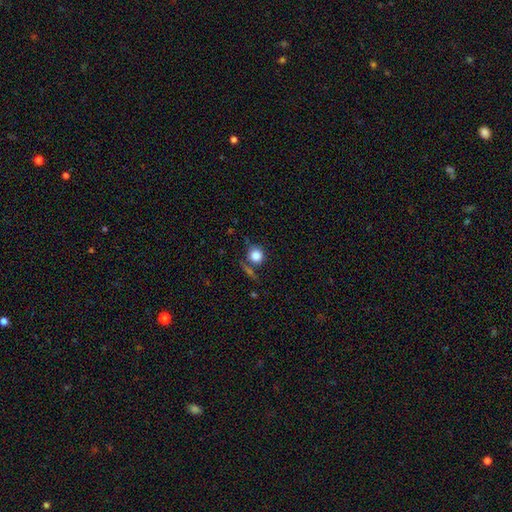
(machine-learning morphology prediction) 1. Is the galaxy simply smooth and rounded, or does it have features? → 83% smooth, 10% star or artifact, 7% featured or disk.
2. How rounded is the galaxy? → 89% round, 9% in between, 1% cigar-shaped.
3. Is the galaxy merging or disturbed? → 67% none, 14% minor disturbance, 12% merger, 7% major disturbance.